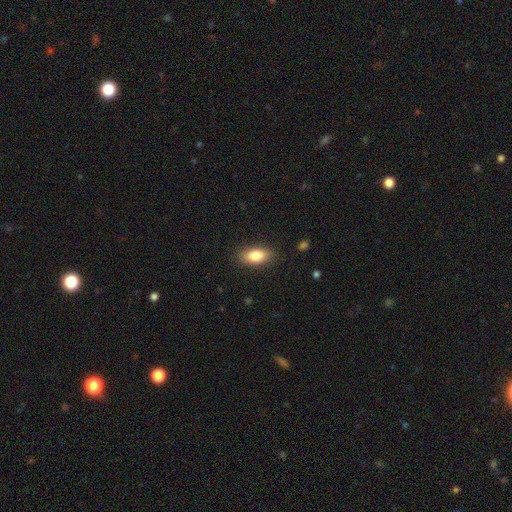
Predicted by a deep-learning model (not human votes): Morphology: type=smooth (84%); roundness=in between (87%); merging=none (86%).